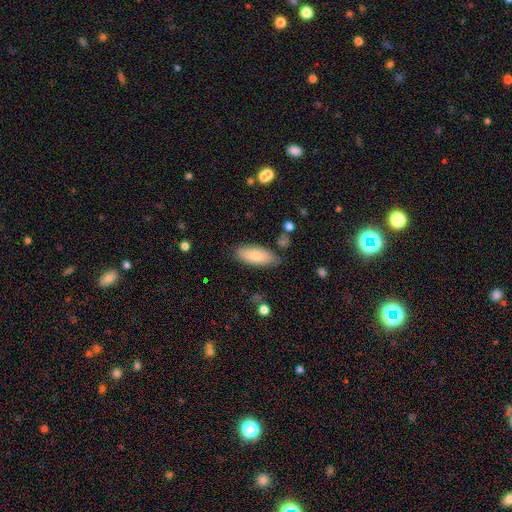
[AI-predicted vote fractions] Overall: smooth (79%). How rounded: in between (82%). Merging: none (77%).